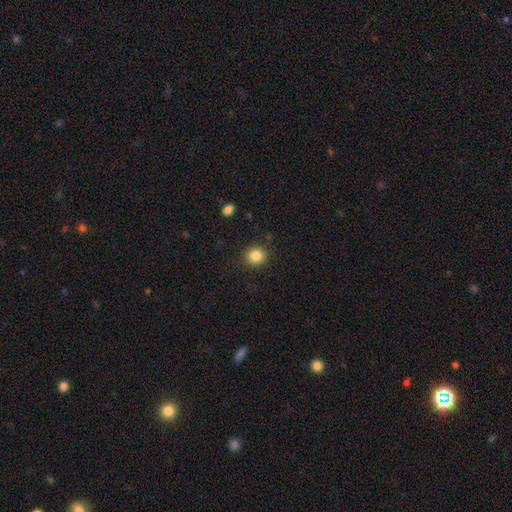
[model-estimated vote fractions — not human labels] A smooth galaxy with no disk features (85%) that is round (90%).

Vote fractions:
- Smooth or featured? smooth: 85% / star or artifact: 11% / featured or disk: 5%
- How rounded? round: 90% / in between: 10% / cigar-shaped: 1%
- Merging? none: 89% / minor disturbance: 7% / major disturbance: 2% / merger: 1%